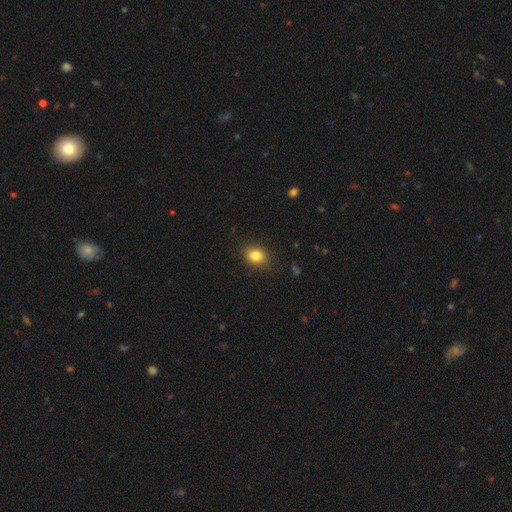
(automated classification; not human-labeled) smooth_or_featured: smooth (p=0.83) [alt: star or artifact p=0.11]
how_rounded: round (p=0.52) [alt: in between p=0.47]
merging: none (p=0.86) [alt: minor disturbance p=0.11]